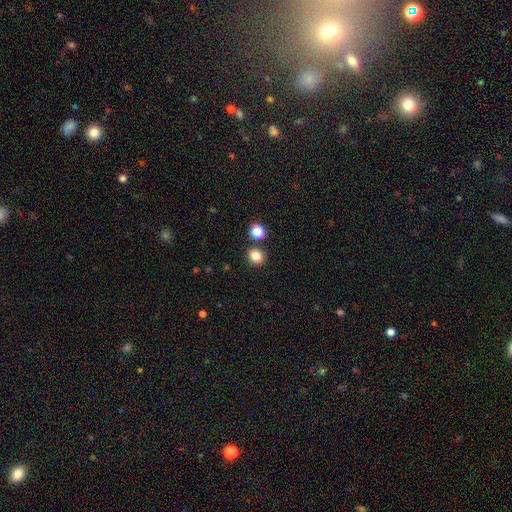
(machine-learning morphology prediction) type=smooth (84%); roundness=round (79%); merging=none (81%).